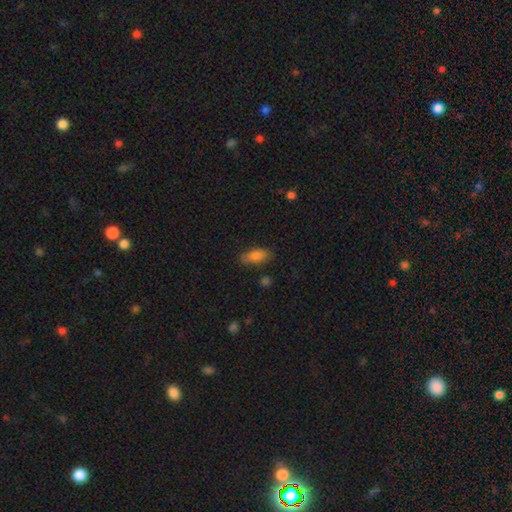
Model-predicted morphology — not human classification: Smooth or featured: smooth — 82% (star or artifact — 9%)
How rounded: in between — 78% (cigar-shaped — 19%)
Merging: none — 77% (minor disturbance — 16%)